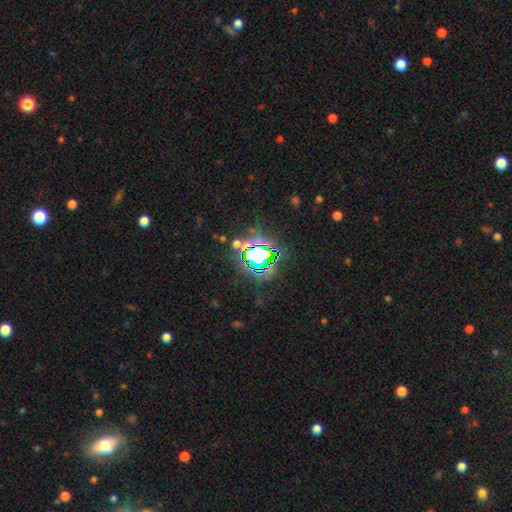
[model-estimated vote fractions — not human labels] Morphology: type=star or artifact (72%).